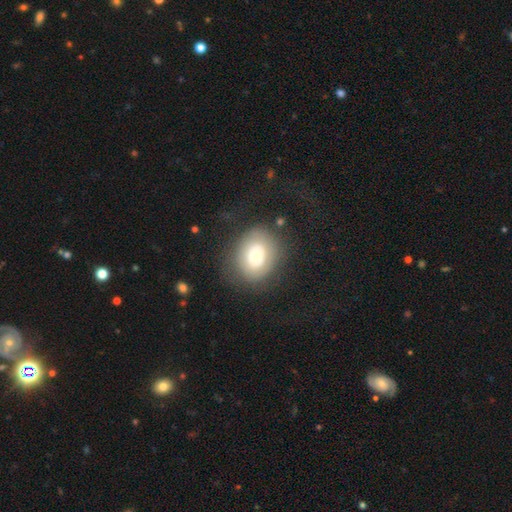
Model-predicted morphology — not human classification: Smooth or featured? smooth (59%)
How rounded? round (54%)
Merging? none (71%)